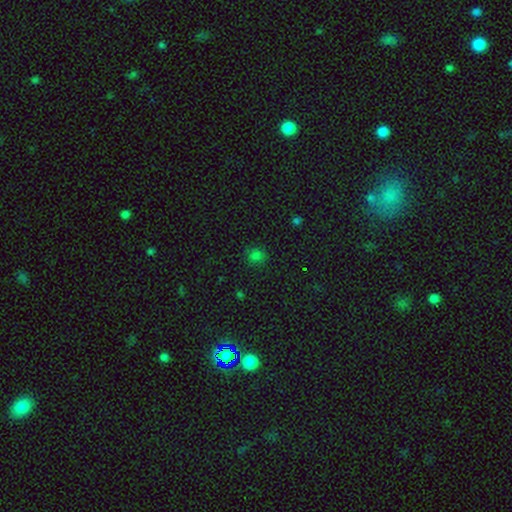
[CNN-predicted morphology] Q: Smooth or featured?
A: smooth (74%); runner-up: star or artifact (22%)
Q: How rounded?
A: round (82%); runner-up: in between (17%)
Q: Merging?
A: none (83%); runner-up: minor disturbance (12%)